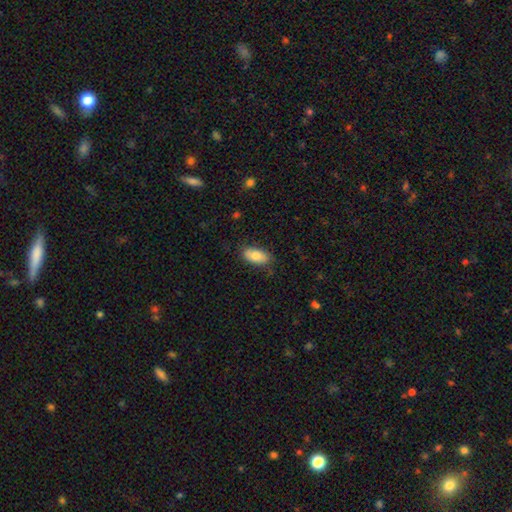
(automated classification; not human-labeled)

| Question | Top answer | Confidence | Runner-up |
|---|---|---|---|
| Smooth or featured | smooth | 78% | featured or disk (15%) |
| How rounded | in between | 92% | cigar-shaped (5%) |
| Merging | none | 81% | minor disturbance (15%) |